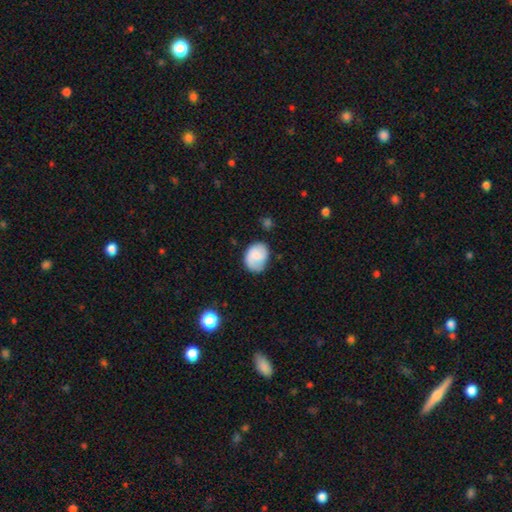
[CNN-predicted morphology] smooth-or-featured: smooth: 67% | featured or disk: 25% | star or artifact: 7%
  how-rounded: in between: 58% | round: 41% | cigar-shaped: 1%
  merging: none: 61% | minor disturbance: 28% | major disturbance: 9% | merger: 3%